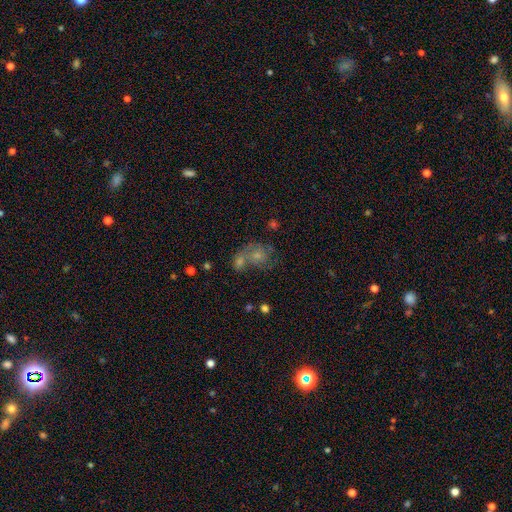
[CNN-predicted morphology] The model was most divided on "merging": merger: 42%, none: 37%, minor disturbance: 12%, major disturbance: 9%. Remaining: smooth or featured — featured or disk (47%).